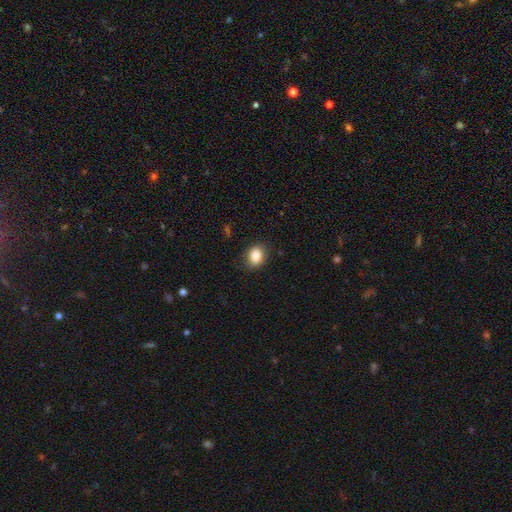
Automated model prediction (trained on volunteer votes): Smooth or featured? Predicted: smooth (p=0.86). How rounded? Predicted: in between (p=0.62). Merging? Predicted: none (p=0.84).